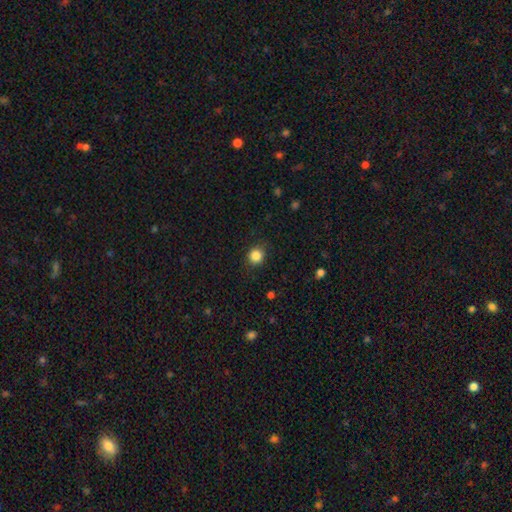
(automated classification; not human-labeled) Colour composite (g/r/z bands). It shows a smooth galaxy with no disk features (85%) that is round (84%). Merging: none (86%).